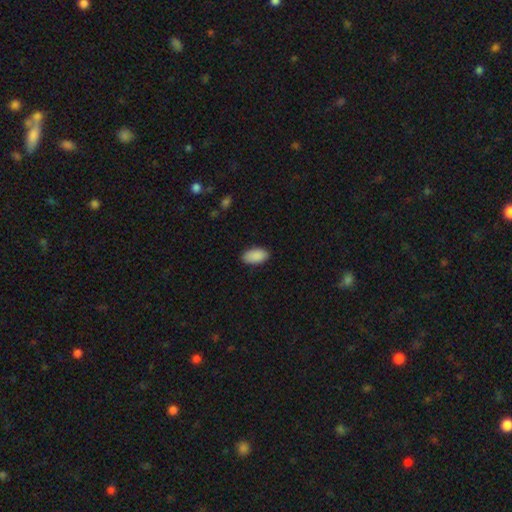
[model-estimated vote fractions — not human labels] smooth_or_featured: smooth (p=0.90) [alt: star or artifact p=0.07]
how_rounded: in between (p=0.95) [alt: round p=0.03]
merging: none (p=0.87) [alt: minor disturbance p=0.10]